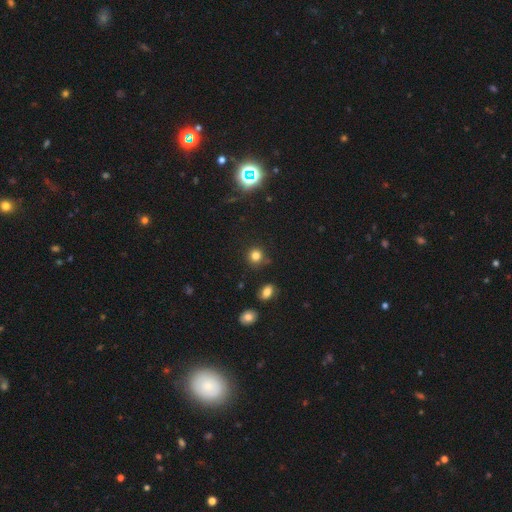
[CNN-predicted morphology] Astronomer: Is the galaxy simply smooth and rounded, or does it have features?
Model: smooth — 79%.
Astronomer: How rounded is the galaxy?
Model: round — 88%.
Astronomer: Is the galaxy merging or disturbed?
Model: none — 81%.